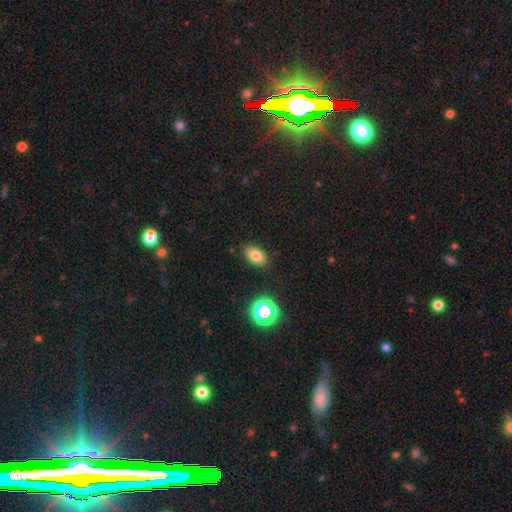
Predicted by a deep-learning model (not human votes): Smooth or featured?
  - smooth: 78% *
  - star or artifact: 14%
  - featured or disk: 9%
How rounded?
  - in between: 88% *
  - round: 9%
  - cigar-shaped: 2%
Merging?
  - none: 85% *
  - minor disturbance: 11%
  - major disturbance: 3%
  - merger: 2%